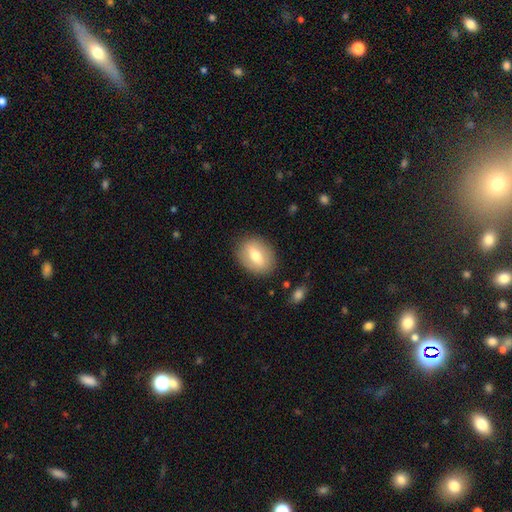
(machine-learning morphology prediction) A smooth galaxy with no disk features (63%) that is in between round and cigar-shaped (72%).

Vote fractions:
- Smooth or featured? smooth: 63% / featured or disk: 30% / star or artifact: 7%
- How rounded? in between: 72% / round: 26% / cigar-shaped: 2%
- Merging? none: 86% / minor disturbance: 10% / major disturbance: 3% / merger: 1%